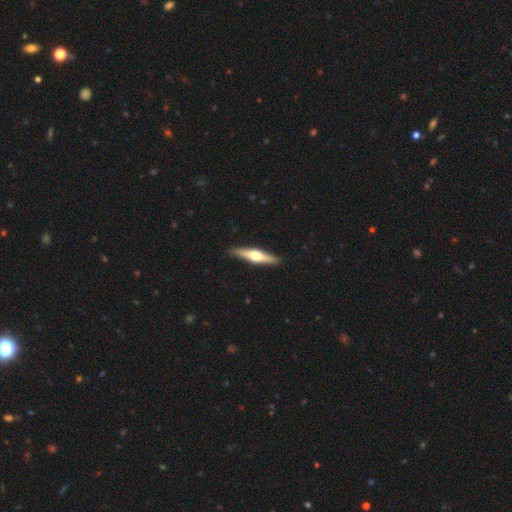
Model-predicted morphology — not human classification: Smooth or featured?
  - featured or disk: 62% *
  - smooth: 34%
  - star or artifact: 5%
Edge-on disk?
  - yes: 96% *
  - no: 4%
Edge-on bulge?
  - rounded: 93% *
  - boxy: 4%
  - none: 3%
Merging?
  - none: 91% *
  - minor disturbance: 7%
  - major disturbance: 1%
  - merger: 1%